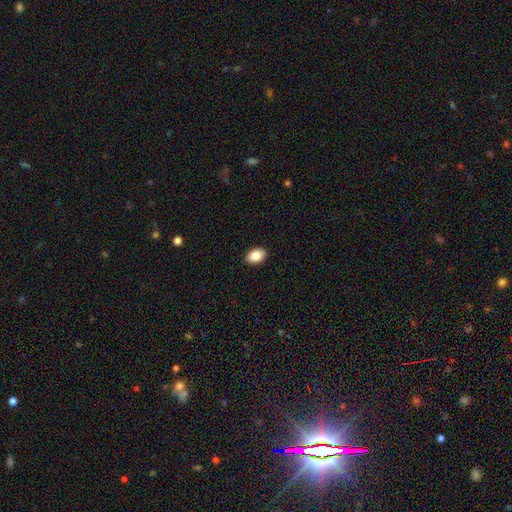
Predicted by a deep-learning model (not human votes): The model was most divided on "how rounded": in between: 86%, round: 13%, cigar-shaped: 1%. More confident: merging — none (91%); smooth or featured — smooth (86%).